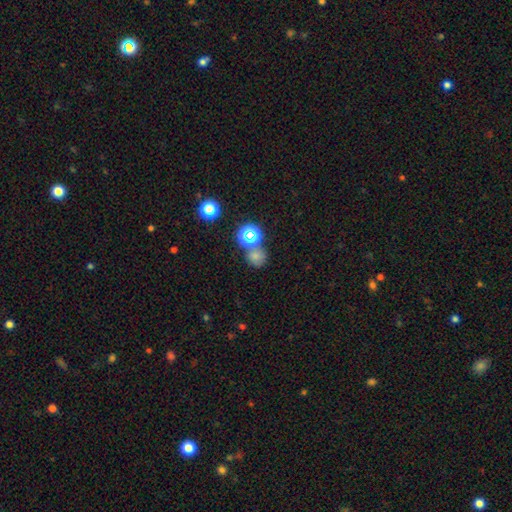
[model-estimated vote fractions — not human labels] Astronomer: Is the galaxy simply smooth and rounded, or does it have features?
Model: smooth — 65%.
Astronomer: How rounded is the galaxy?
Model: round — 84%.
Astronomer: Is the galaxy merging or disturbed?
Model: none — 61%.